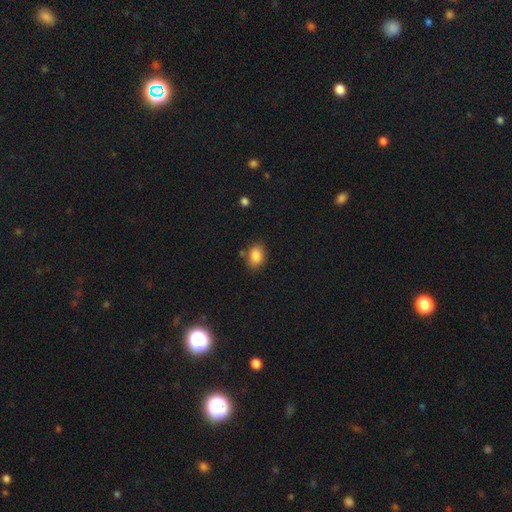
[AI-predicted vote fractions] Smooth or featured? Predicted: smooth (p=0.85). How rounded? Predicted: in between (p=0.74). Merging? Predicted: none (p=0.76).